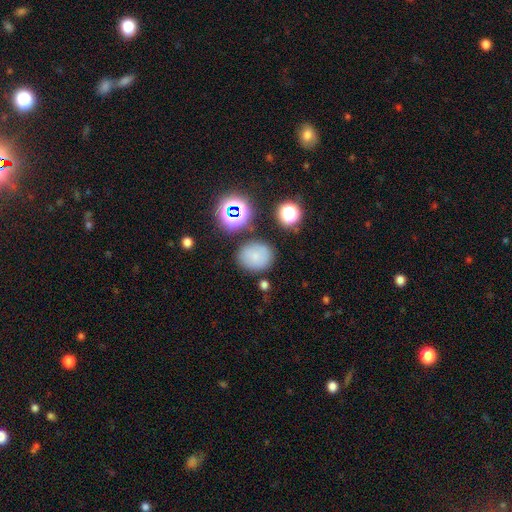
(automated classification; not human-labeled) Morphology: type=smooth (71%); roundness=round (73%); merging=none (78%).